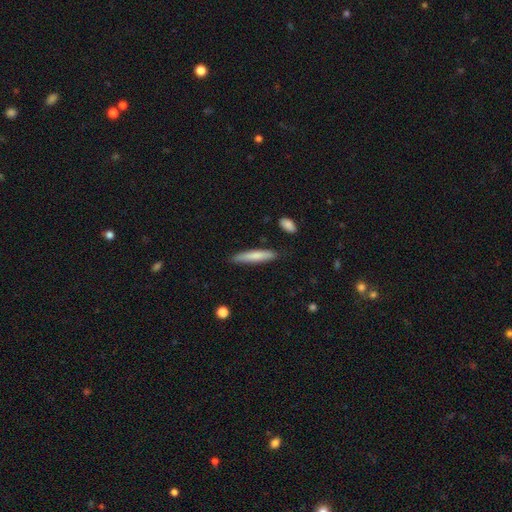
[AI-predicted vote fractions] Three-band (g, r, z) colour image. It shows a smooth galaxy with no disk features (75%) that is cigar-shaped (90%). Merging: none (84%).